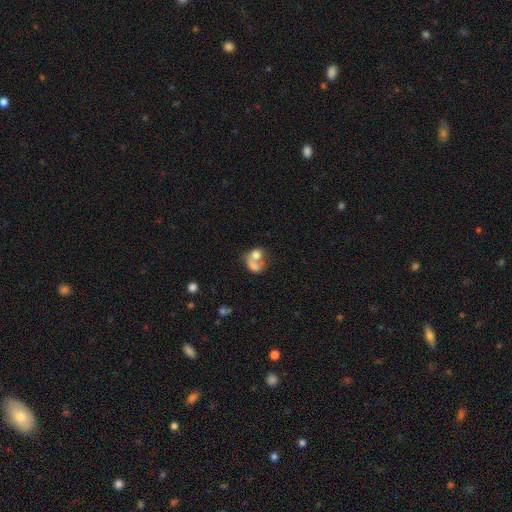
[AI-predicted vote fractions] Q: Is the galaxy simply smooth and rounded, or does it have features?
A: smooth — 67%.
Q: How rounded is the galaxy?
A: round — 50%.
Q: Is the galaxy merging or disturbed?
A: merger — 68%.